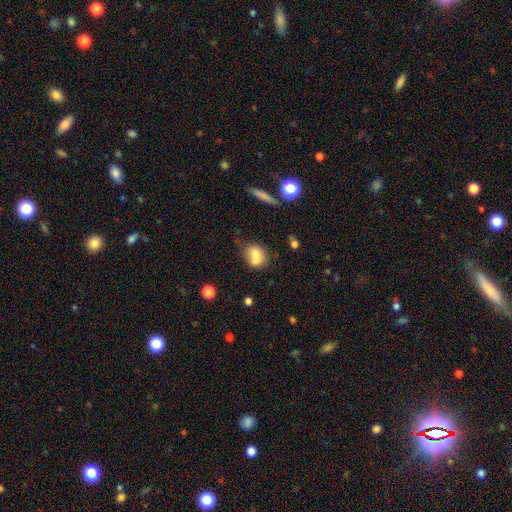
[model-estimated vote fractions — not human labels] This appears to be a smooth galaxy with no disk features (71%) that is round (51%). Merging: merger (44%).